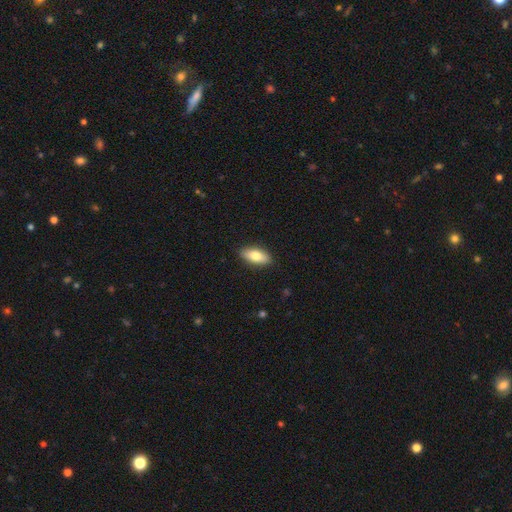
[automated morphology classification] This appears to be a smooth galaxy with no disk features (77%) that is in between round and cigar-shaped (85%). Merging: none (88%).